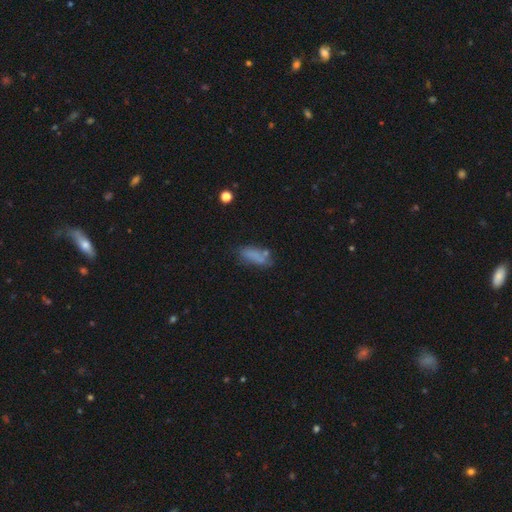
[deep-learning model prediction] Overall: smooth (71%). How rounded: in between (65%; cigar-shaped 32%). Merging: none (55%; minor disturbance 23%).